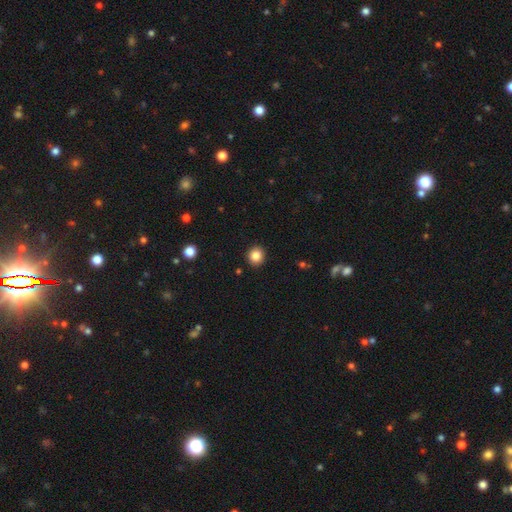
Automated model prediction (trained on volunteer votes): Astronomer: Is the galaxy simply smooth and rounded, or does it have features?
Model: smooth — 85%.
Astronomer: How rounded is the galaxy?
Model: round — 90%.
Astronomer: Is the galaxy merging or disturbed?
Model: none — 92%.